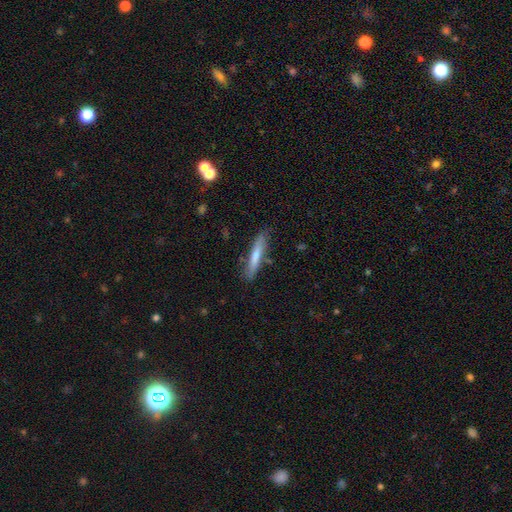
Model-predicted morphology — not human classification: Smooth or featured? Predicted: smooth (p=0.67). How rounded? Predicted: cigar-shaped (p=0.91). Merging? Predicted: none (p=0.79).